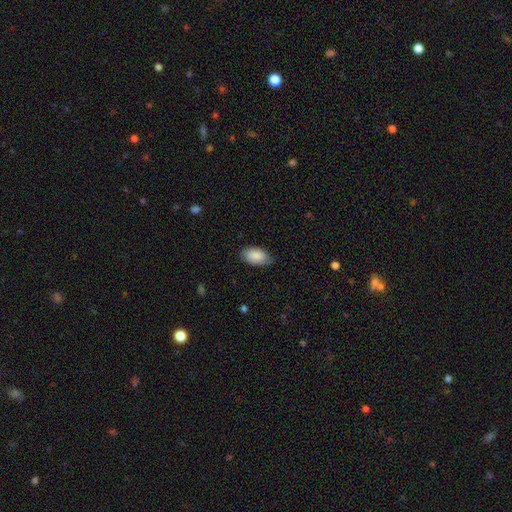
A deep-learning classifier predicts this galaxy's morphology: Smooth or featured? Predicted: smooth (p=0.86). How rounded? Predicted: in between (p=0.94). Merging? Predicted: none (p=0.75).